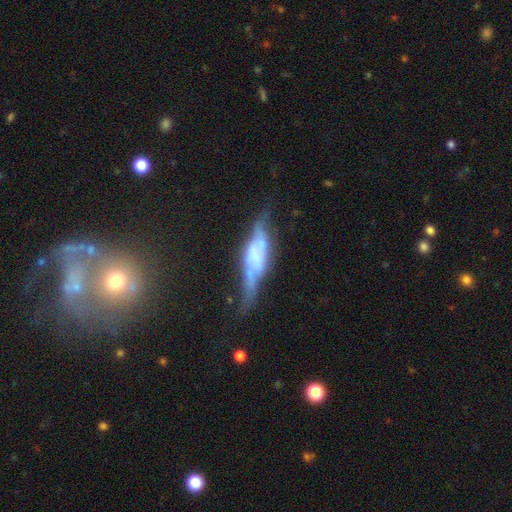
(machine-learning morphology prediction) Q: Smooth or featured?
A: featured or disk (71%); runner-up: smooth (19%)
Q: Edge-on disk?
A: yes (84%); runner-up: no (16%)
Q: Edge-on bulge?
A: boxy (60%); runner-up: rounded (28%)
Q: Merging?
A: none (54%); runner-up: minor disturbance (27%)